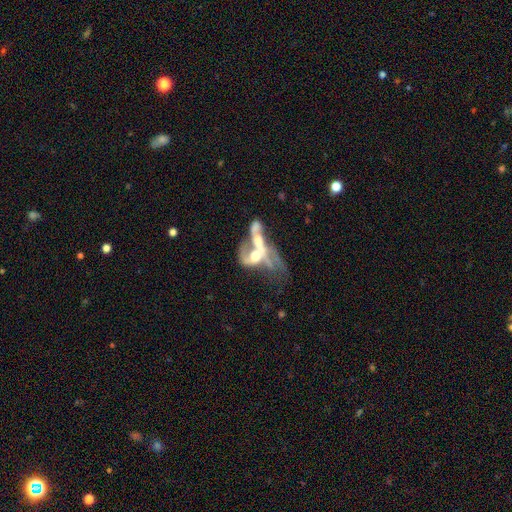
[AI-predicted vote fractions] Smooth or featured? featured or disk (45%)
Merging? merger (43%)